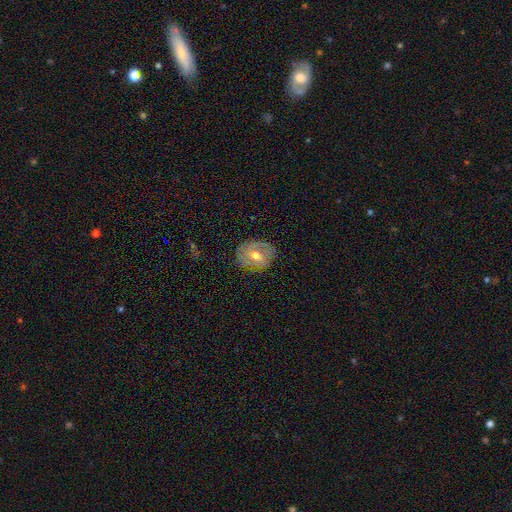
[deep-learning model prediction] A featured or disk galaxy (63%) with a weak bar (43%), spiral arms (67%) and a moderate central bulge (75%). Merging: none (75%).